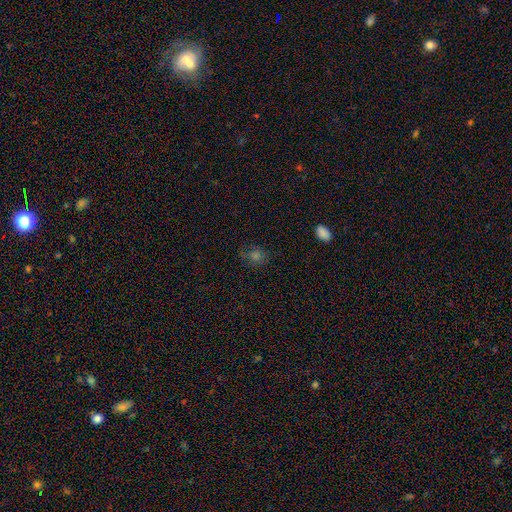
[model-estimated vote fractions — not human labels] Smooth or featured: smooth — 59% (star or artifact — 30%)
How rounded: round — 72% (in between — 27%)
Merging: none — 76% (minor disturbance — 16%)